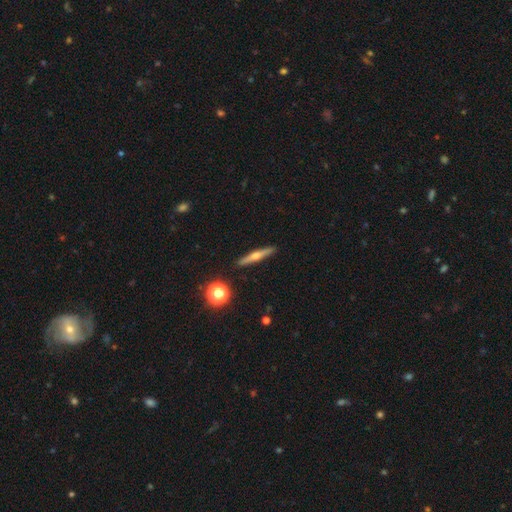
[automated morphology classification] type=featured or disk (62%); edge-on=yes (97%); edge-on bulge=rounded (89%); merging=none (91%).